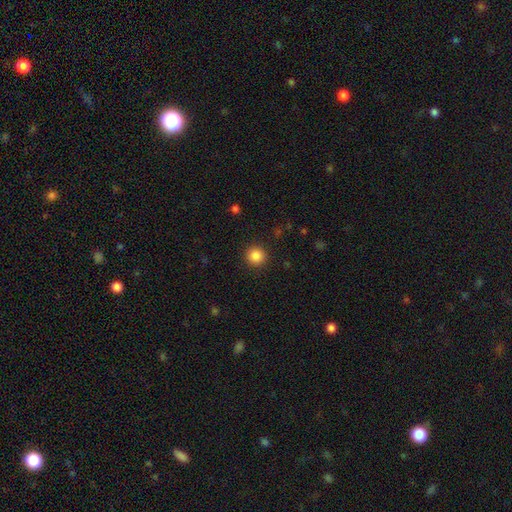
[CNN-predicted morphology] The model was most divided on "smooth or featured": smooth: 86%, star or artifact: 11%, featured or disk: 4%. More confident: how rounded — round (94%); merging — none (92%).